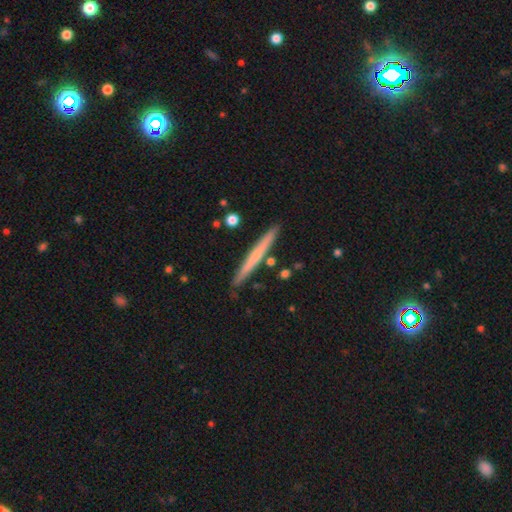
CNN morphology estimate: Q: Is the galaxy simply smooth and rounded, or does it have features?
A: smooth — 54%.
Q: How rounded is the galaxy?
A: cigar-shaped — 97%.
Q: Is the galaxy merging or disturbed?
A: none — 89%.